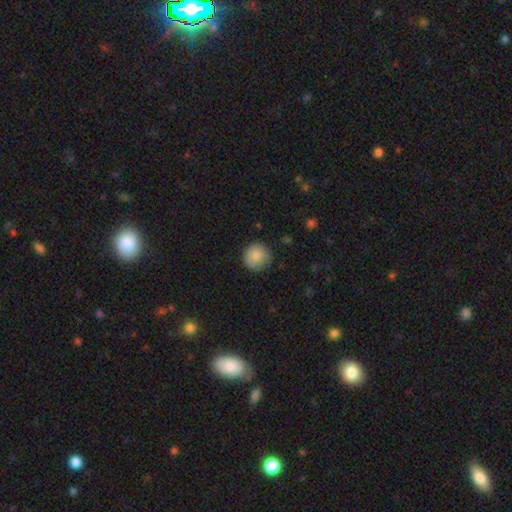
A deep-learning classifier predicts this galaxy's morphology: A smooth galaxy with no disk features (85%) that is round (93%).

Vote fractions:
- Smooth or featured? smooth: 85% / featured or disk: 8% / star or artifact: 7%
- How rounded? round: 93% / in between: 6% / cigar-shaped: 1%
- Merging? none: 83% / minor disturbance: 13% / major disturbance: 3% / merger: 1%